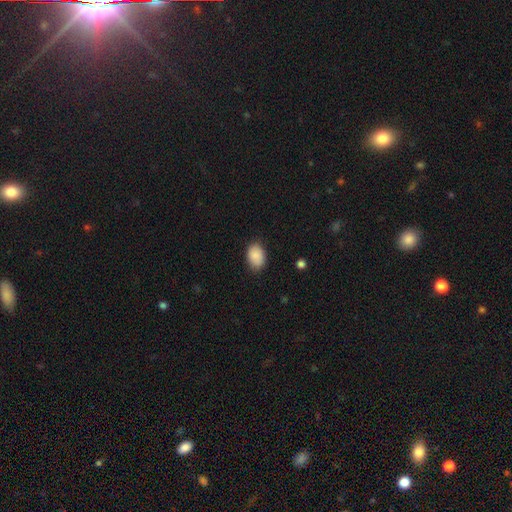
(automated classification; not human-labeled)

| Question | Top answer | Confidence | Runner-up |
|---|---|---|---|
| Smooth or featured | smooth | 88% | star or artifact (7%) |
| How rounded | in between | 80% | round (19%) |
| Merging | none | 82% | minor disturbance (14%) |